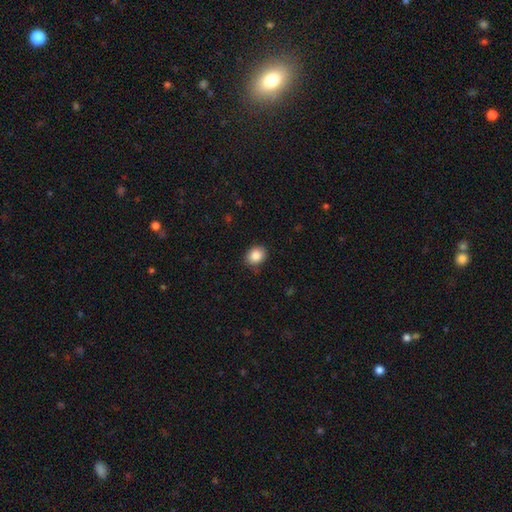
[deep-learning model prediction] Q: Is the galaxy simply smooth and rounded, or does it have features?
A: smooth — 87%.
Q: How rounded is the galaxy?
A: in between — 51%.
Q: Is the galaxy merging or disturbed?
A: none — 86%.